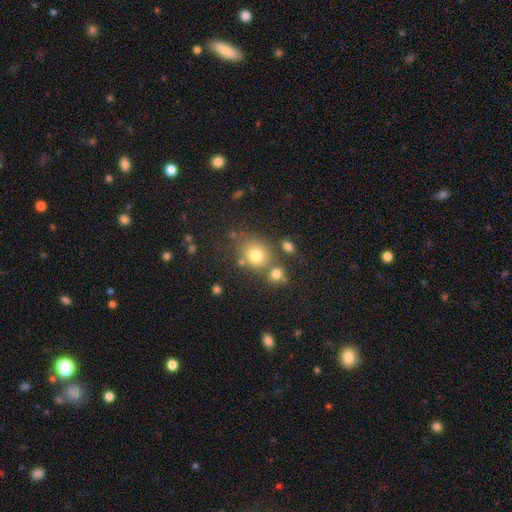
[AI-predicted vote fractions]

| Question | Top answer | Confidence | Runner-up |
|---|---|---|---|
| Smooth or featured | smooth | 75% | star or artifact (14%) |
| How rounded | round | 75% | in between (24%) |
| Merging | none | 63% | merger (20%) |